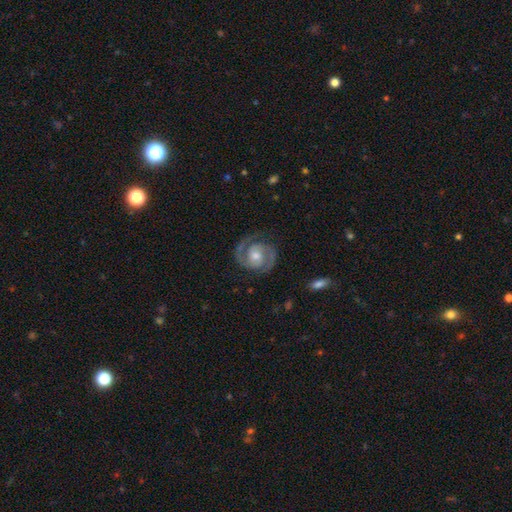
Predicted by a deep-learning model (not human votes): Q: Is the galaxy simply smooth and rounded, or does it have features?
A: featured or disk — 91%.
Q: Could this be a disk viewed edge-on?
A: no — 98%.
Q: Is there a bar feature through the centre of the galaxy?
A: no — 59%.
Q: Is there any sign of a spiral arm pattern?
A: yes — 98%.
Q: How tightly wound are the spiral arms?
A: tight — 48%.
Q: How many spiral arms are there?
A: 2 — 93%.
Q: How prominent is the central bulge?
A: moderate — 61%.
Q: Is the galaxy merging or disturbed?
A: none — 83%.